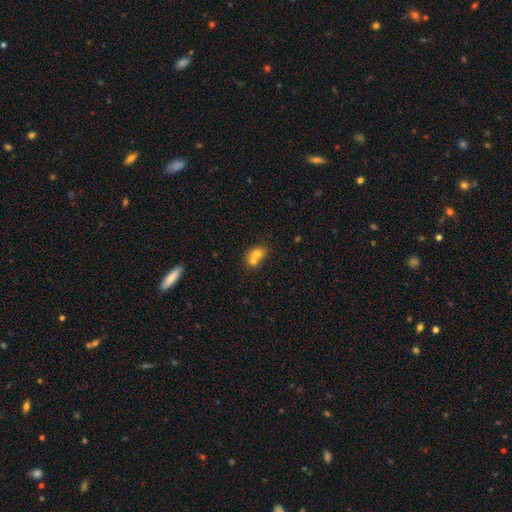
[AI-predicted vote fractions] Morphology: type=smooth (69%); roundness=round (55%); merging=merger (69%).